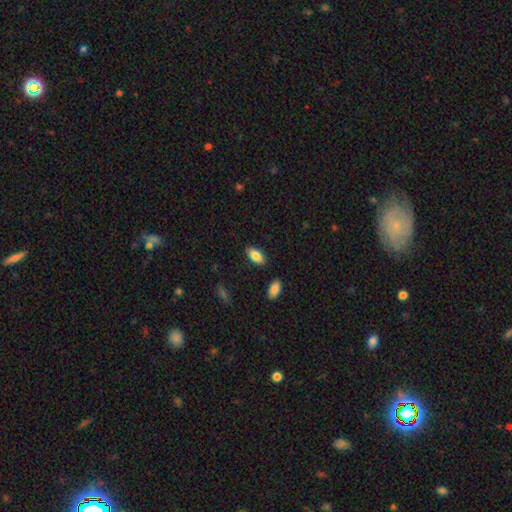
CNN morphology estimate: Smooth or featured? Predicted: smooth (p=0.83). How rounded? Predicted: in between (p=0.91). Merging? Predicted: none (p=0.87).